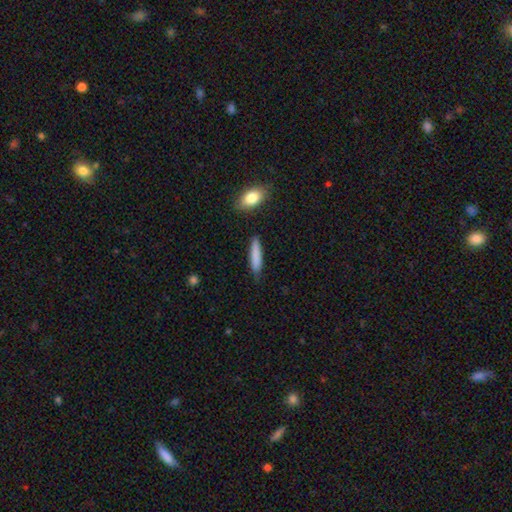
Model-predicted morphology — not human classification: This is clearly a smooth galaxy (82%). How rounded: clearly cigar-shaped (81%). Merging: clearly none (80%).